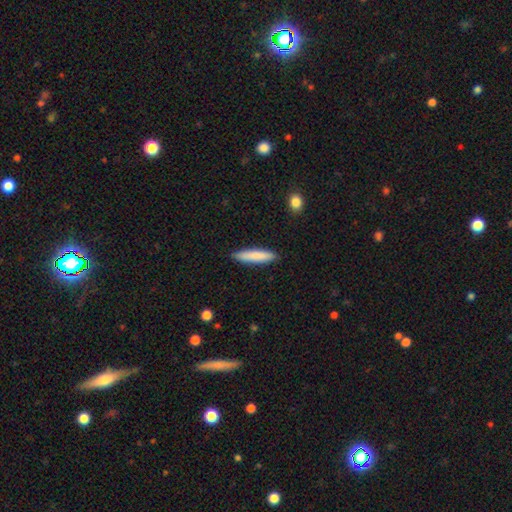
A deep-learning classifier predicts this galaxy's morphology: Q: Smooth or featured?
A: smooth (84%); runner-up: featured or disk (11%)
Q: How rounded?
A: cigar-shaped (86%); runner-up: in between (13%)
Q: Merging?
A: none (89%); runner-up: minor disturbance (8%)